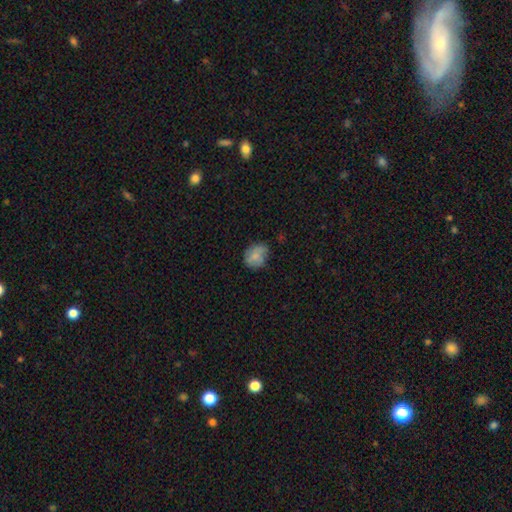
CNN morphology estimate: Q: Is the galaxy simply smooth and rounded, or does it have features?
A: smooth — 72%.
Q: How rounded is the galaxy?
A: round — 56%.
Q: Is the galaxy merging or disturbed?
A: none — 61%.